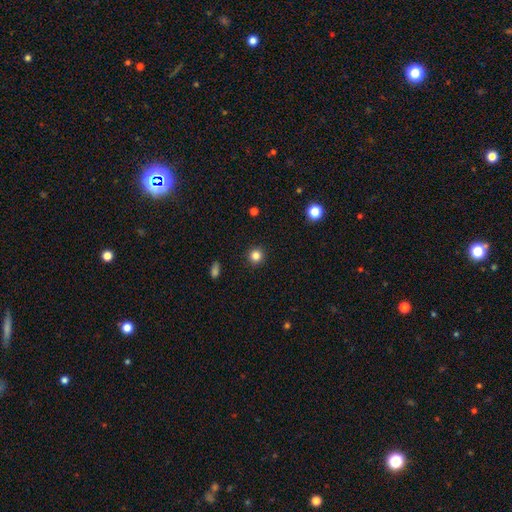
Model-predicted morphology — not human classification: The model was most divided on "smooth or featured": smooth: 83%, star or artifact: 12%, featured or disk: 5%. More confident: how rounded — round (94%); merging — none (92%).